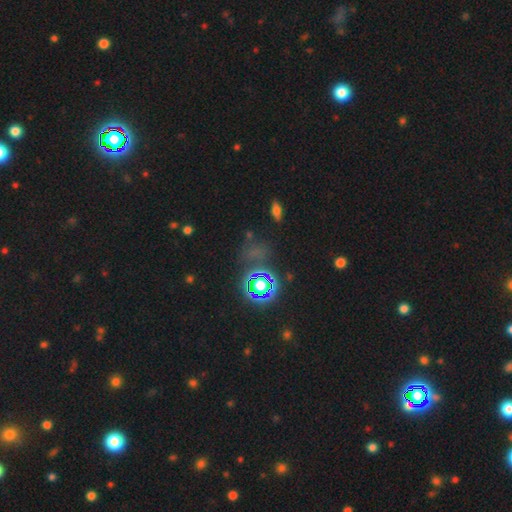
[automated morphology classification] The model was most divided on "smooth or featured": star or artifact: 66%, smooth: 25%, featured or disk: 9%.